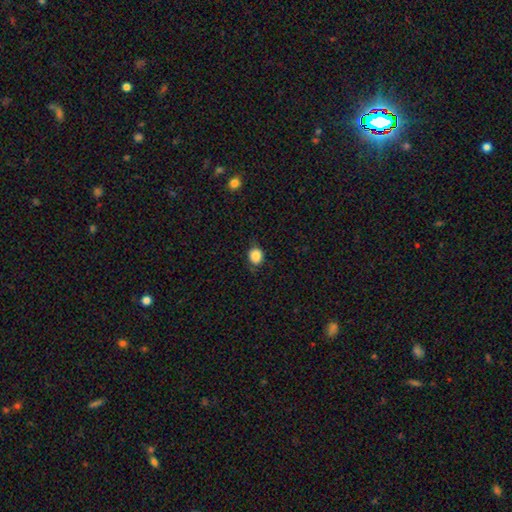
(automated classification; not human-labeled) Smooth or featured? Predicted: smooth (p=0.86). How rounded? Predicted: round (p=0.74). Merging? Predicted: none (p=0.81).